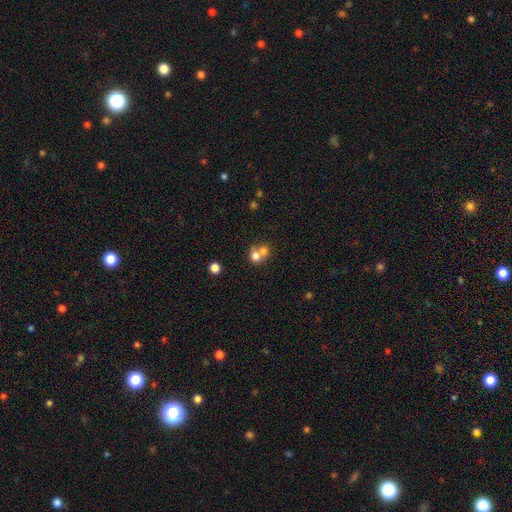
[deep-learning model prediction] Overall: smooth (74%). How rounded: round (73%). Merging: merger (62%; none 29%).